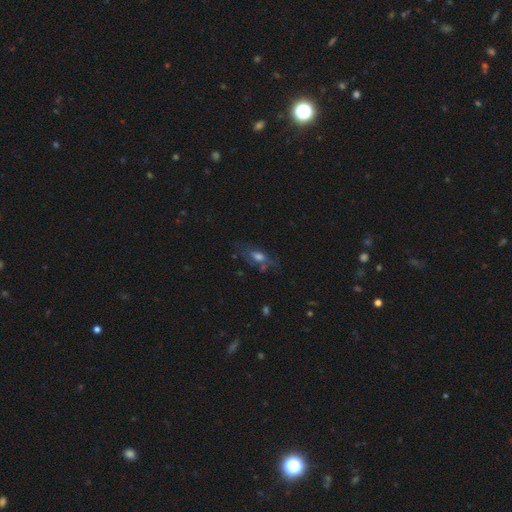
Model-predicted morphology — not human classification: Smooth or featured?
  - smooth: 39% *
  - featured or disk: 37%
  - star or artifact: 24%
Merging?
  - none: 67% *
  - minor disturbance: 18%
  - major disturbance: 9%
  - merger: 5%